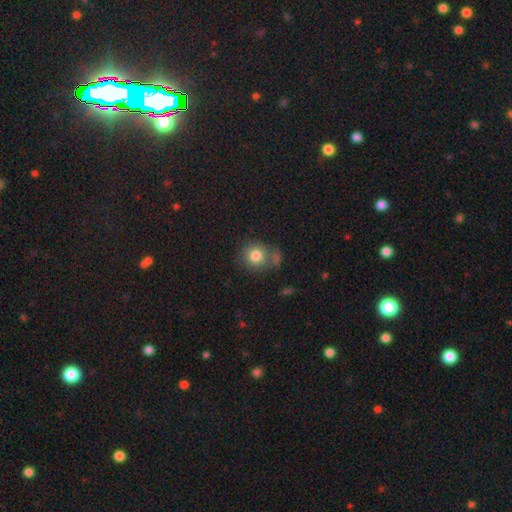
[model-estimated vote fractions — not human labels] Smooth or featured? Predicted: smooth (p=0.80). How rounded? Predicted: round (p=0.85). Merging? Predicted: none (p=0.60).